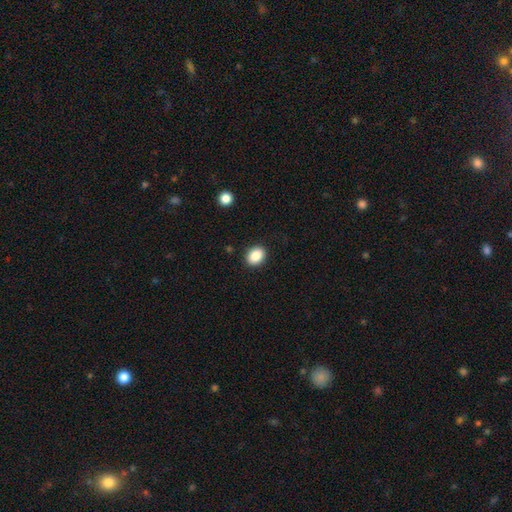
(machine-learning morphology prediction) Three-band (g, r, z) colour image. It shows a smooth galaxy with no disk features (88%) that is in between round and cigar-shaped (57%). Merging: none (90%).